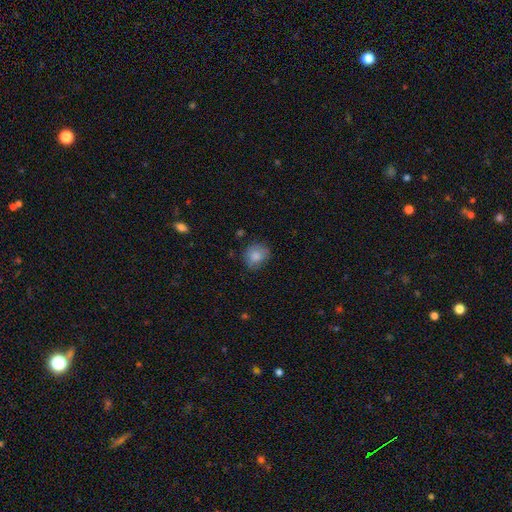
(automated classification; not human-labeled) Q: Smooth or featured?
A: smooth (83%); runner-up: featured or disk (9%)
Q: How rounded?
A: round (70%); runner-up: in between (29%)
Q: Merging?
A: none (72%); runner-up: minor disturbance (22%)